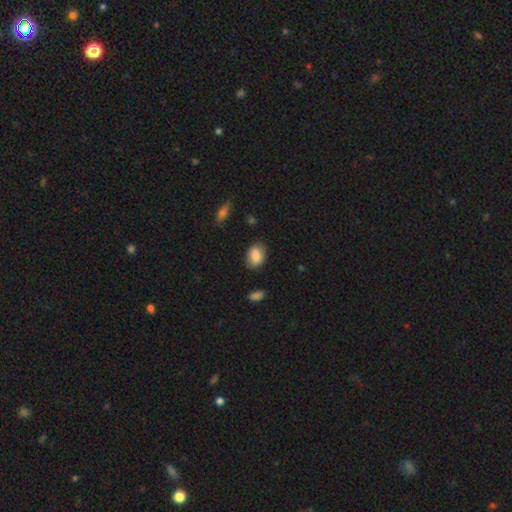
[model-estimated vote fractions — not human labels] A smooth galaxy with no disk features (85%) that is in between round and cigar-shaped (78%).

Vote fractions:
- Smooth or featured? smooth: 85% / featured or disk: 8% / star or artifact: 7%
- How rounded? in between: 78% / round: 21% / cigar-shaped: 1%
- Merging? none: 82% / minor disturbance: 14% / major disturbance: 3% / merger: 2%